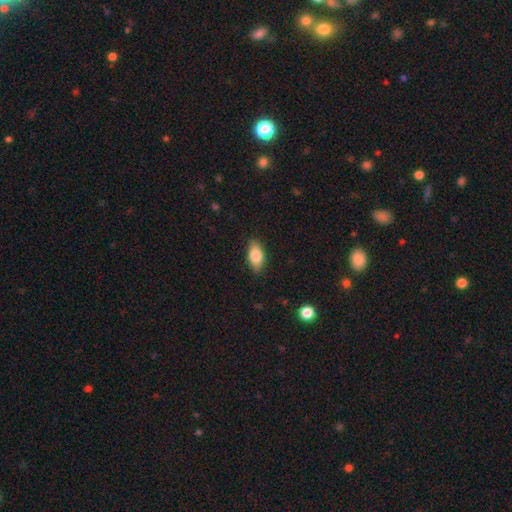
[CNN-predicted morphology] The model was most divided on "smooth or featured": smooth: 80%, featured or disk: 13%, star or artifact: 7%. More confident: how rounded — in between (88%); merging — none (86%).